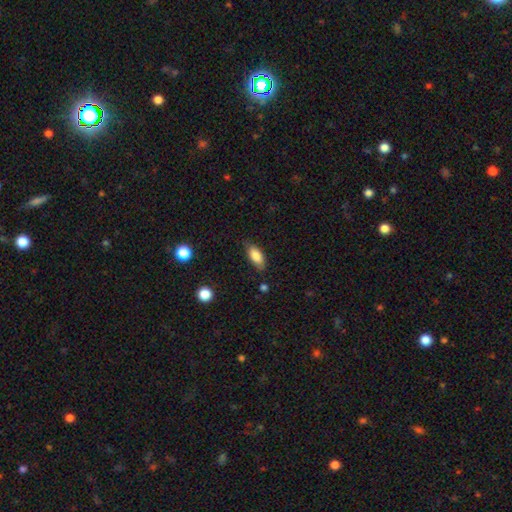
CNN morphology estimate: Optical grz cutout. It shows a smooth galaxy with no disk features (83%) that is in between round and cigar-shaped (87%). Merging: none (76%).